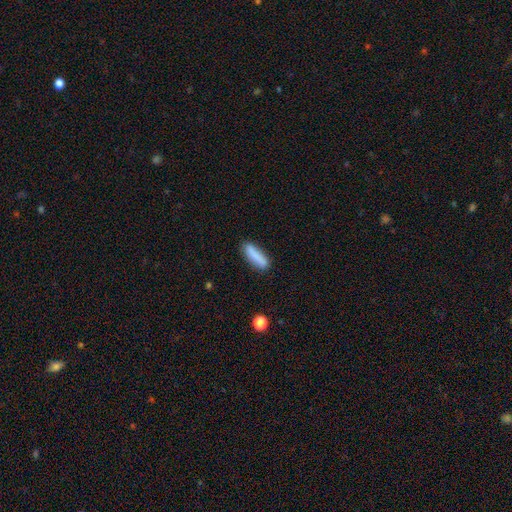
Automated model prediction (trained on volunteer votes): smooth_or_featured: smooth (p=0.83) [alt: featured or disk p=0.10]
how_rounded: cigar-shaped (p=0.67) [alt: in between p=0.31]
merging: none (p=0.79) [alt: minor disturbance p=0.15]